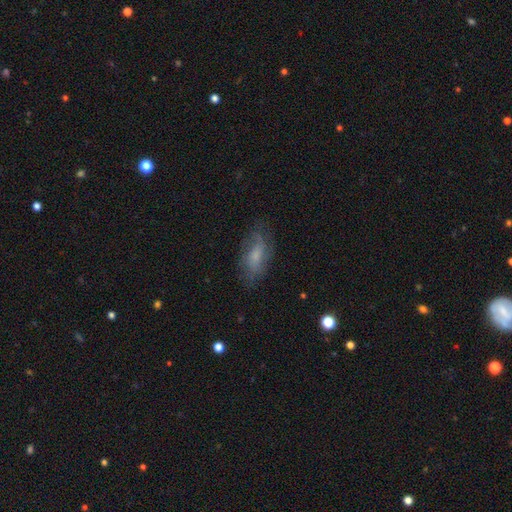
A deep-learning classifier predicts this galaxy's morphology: A smooth galaxy with no disk features (51%) that is in between round and cigar-shaped (82%). Merging: none (67%).